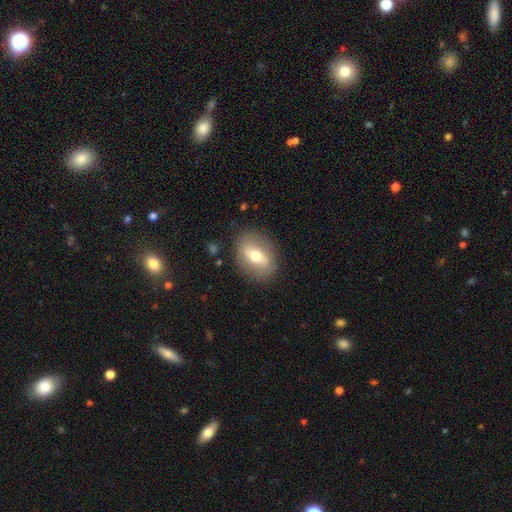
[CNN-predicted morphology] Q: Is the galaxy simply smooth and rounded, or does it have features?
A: smooth — 48%.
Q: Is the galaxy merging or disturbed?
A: none — 84%.